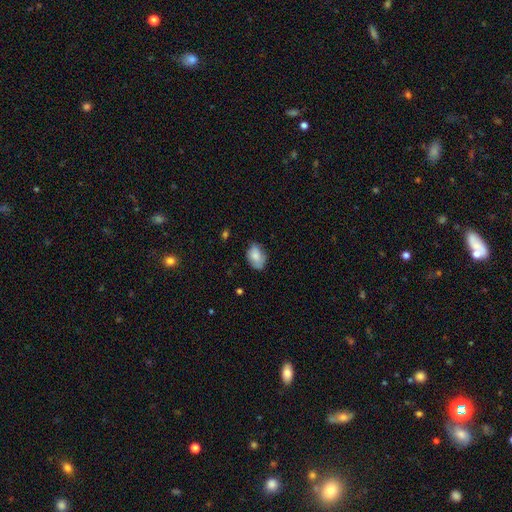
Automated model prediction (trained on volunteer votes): smooth_or_featured: smooth (p=0.80) [alt: featured or disk p=0.12]
how_rounded: in between (p=0.85) [alt: round p=0.14]
merging: none (p=0.65) [alt: minor disturbance p=0.28]